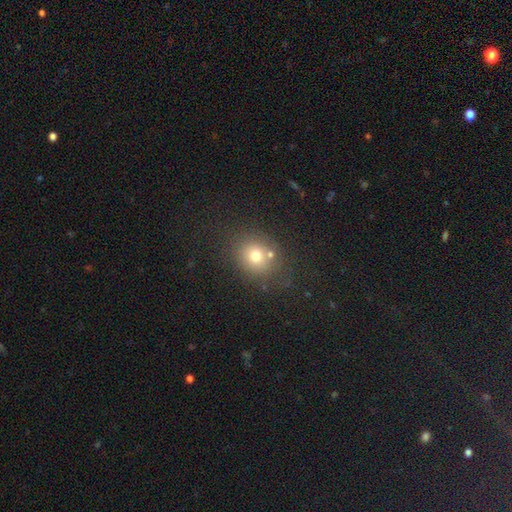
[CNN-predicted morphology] smooth 71%, star or artifact 16%, featured or disk 12%. Down the decision tree: how rounded — round (75%); merging — none (68%).